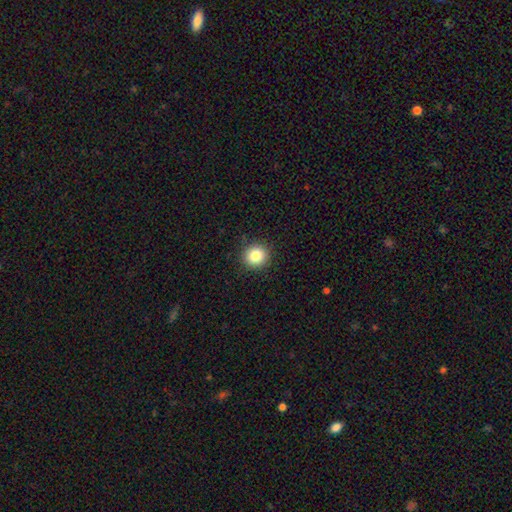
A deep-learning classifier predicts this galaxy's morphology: Q: Smooth or featured?
A: smooth (83%); runner-up: star or artifact (10%)
Q: How rounded?
A: round (91%); runner-up: in between (9%)
Q: Merging?
A: none (91%); runner-up: minor disturbance (6%)